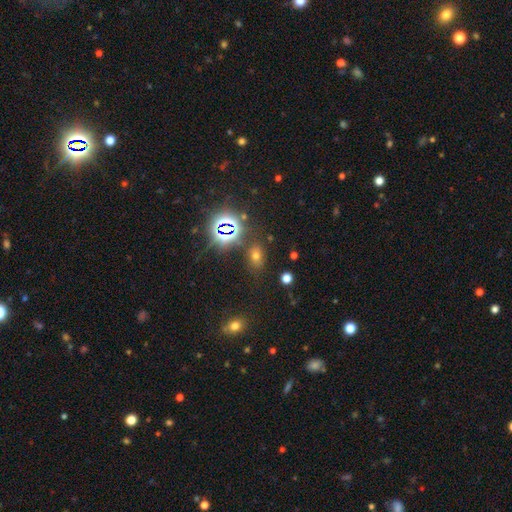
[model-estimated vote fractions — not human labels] Smooth or featured?
  - smooth: 46% *
  - star or artifact: 44%
  - featured or disk: 11%
Merging?
  - none: 80% *
  - minor disturbance: 12%
  - major disturbance: 4%
  - merger: 4%